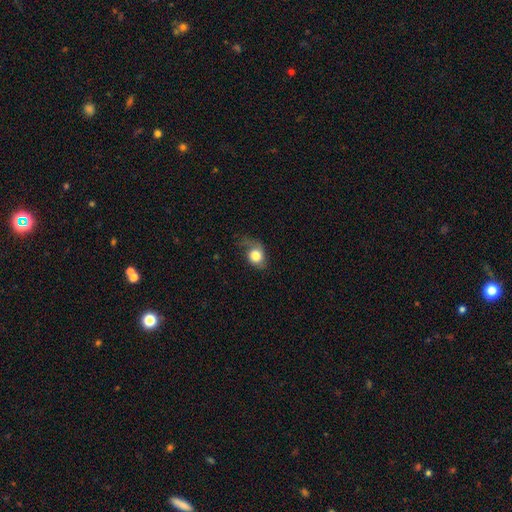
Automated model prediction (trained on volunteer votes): The model was most divided on "how rounded": round: 53%, in between: 46%, cigar-shaped: 1%. Remaining: smooth or featured — smooth (70%); merging — none (40%).